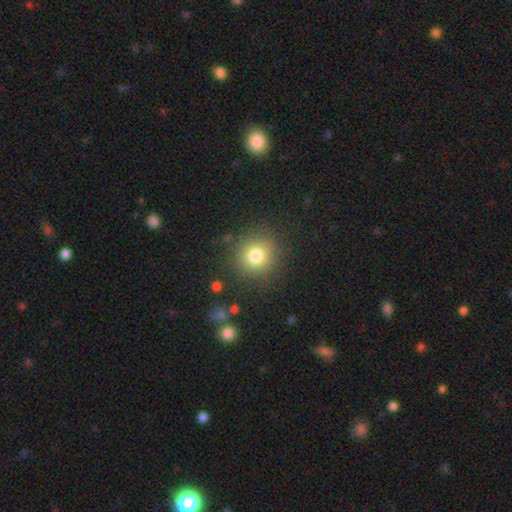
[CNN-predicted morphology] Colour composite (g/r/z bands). It shows a smooth galaxy with no disk features (78%) that is round (91%). Merging: none (87%).